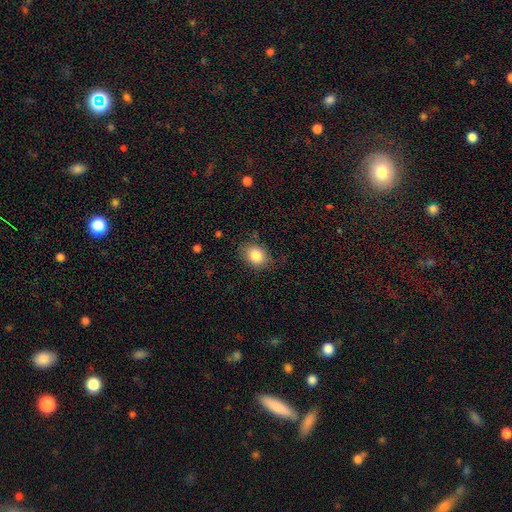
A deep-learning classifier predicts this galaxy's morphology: smooth-or-featured: smooth: 84% | star or artifact: 9% | featured or disk: 7%
  how-rounded: in between: 51% | round: 48% | cigar-shaped: 1%
  merging: none: 77% | minor disturbance: 17% | major disturbance: 4% | merger: 1%